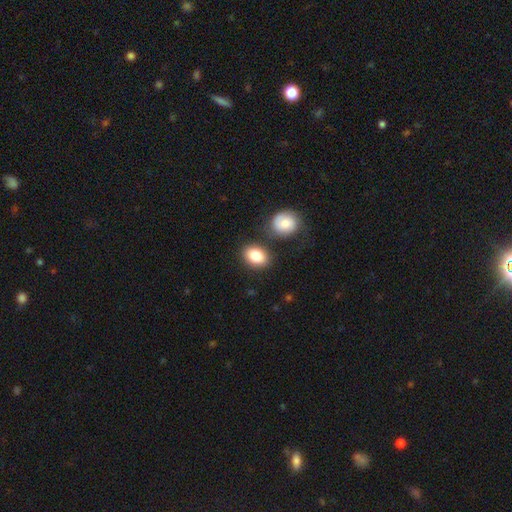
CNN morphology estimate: Smooth or featured?
  - smooth: 85% *
  - featured or disk: 8%
  - star or artifact: 7%
How rounded?
  - in between: 75% *
  - round: 24%
  - cigar-shaped: 1%
Merging?
  - none: 75% *
  - minor disturbance: 12%
  - merger: 10%
  - major disturbance: 3%